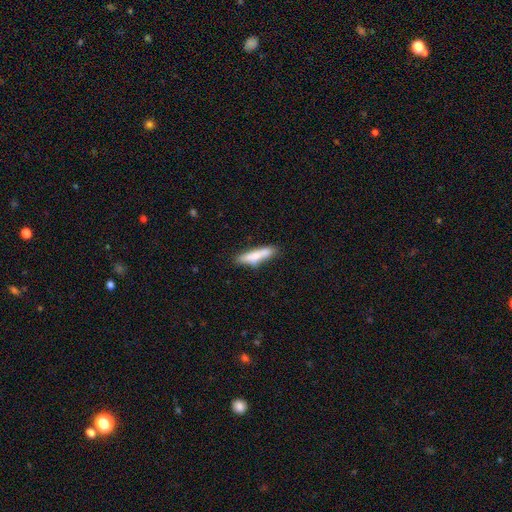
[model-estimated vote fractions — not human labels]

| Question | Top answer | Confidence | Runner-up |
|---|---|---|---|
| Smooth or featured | smooth | 71% | featured or disk (23%) |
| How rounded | cigar-shaped | 79% | in between (19%) |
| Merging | none | 74% | minor disturbance (16%) |